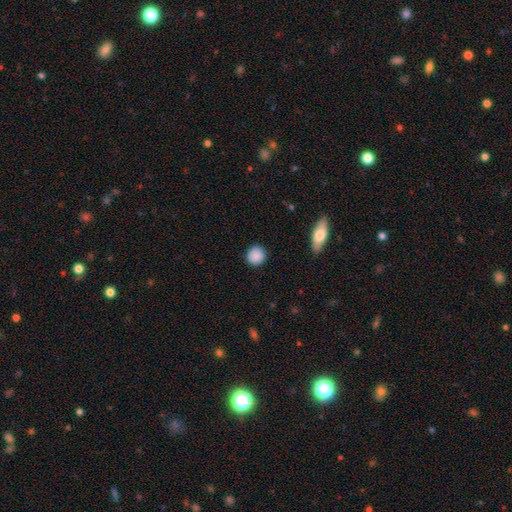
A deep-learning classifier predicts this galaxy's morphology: A smooth galaxy with no disk features (89%) that is round (92%). Merging: none (89%).